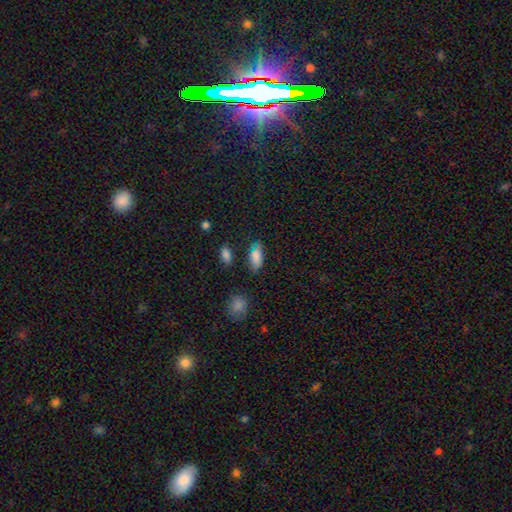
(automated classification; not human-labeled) This appears to be a smooth galaxy with no disk features (81%) that is in between round and cigar-shaped (86%). Merging: none (70%).